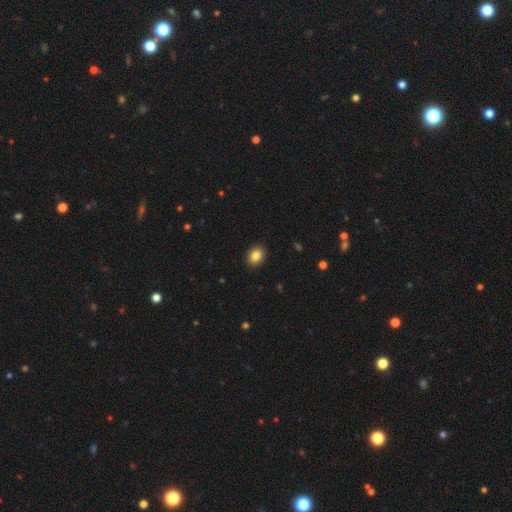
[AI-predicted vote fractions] This is clearly a smooth galaxy (85%). How rounded: possibly in between (55%). Merging: clearly none (91%).